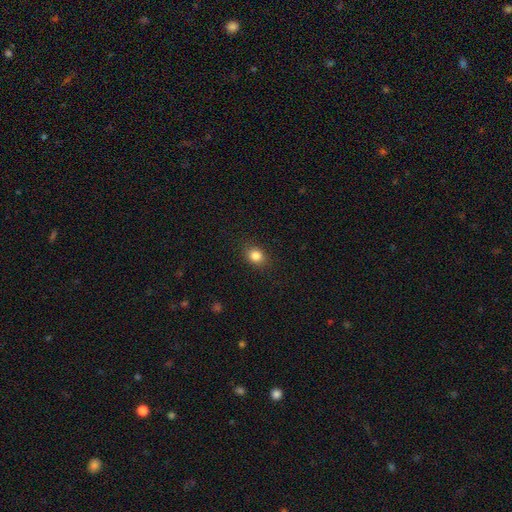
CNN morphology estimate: smooth 84%, star or artifact 11%, featured or disk 6%. Down the decision tree: how rounded — round (52%); merging — none (88%).